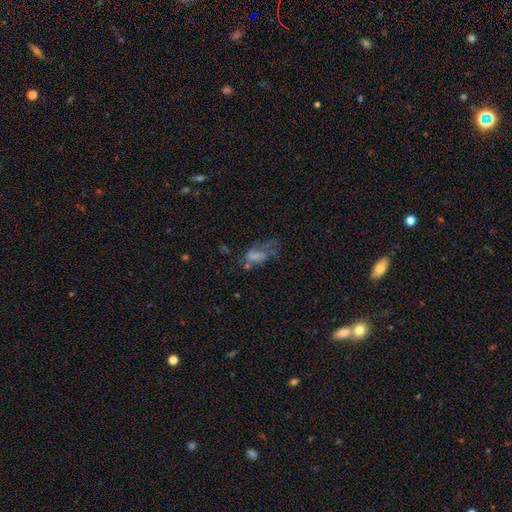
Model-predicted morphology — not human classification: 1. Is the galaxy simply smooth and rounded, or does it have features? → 46% smooth, 39% featured or disk, 15% star or artifact.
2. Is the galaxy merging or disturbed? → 47% major disturbance, 24% none, 19% minor disturbance, 10% merger.